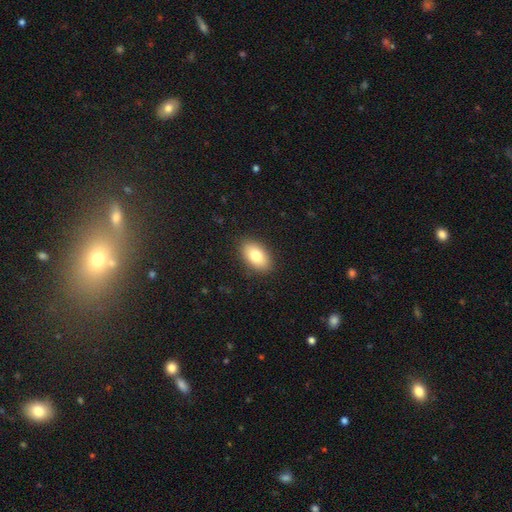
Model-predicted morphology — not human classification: Smooth or featured? smooth (80%)
How rounded? in between (92%)
Merging? none (89%)